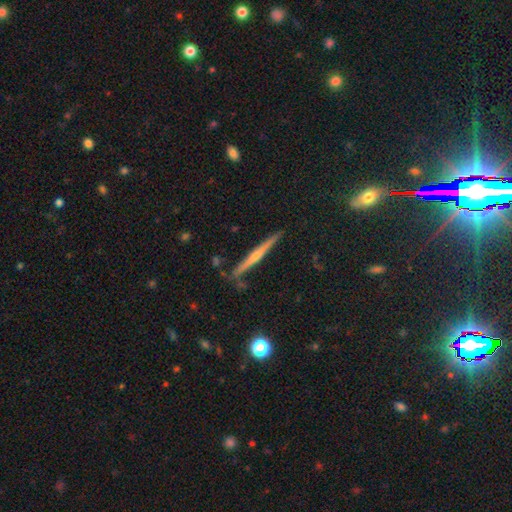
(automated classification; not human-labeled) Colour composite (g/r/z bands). It shows a featured or disk galaxy (68%) viewed edge-on (98%) with a rounded central bulge (62%). Merging: none (87%).